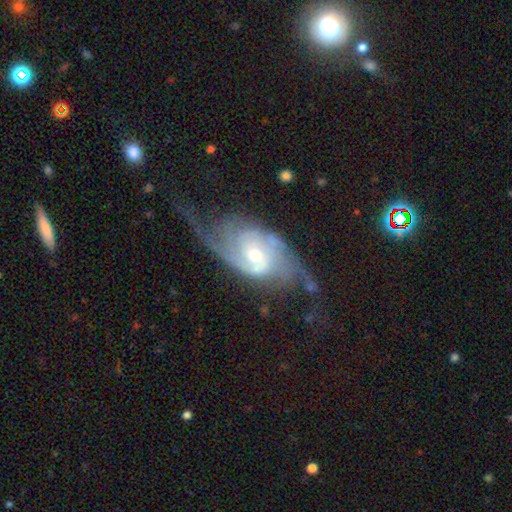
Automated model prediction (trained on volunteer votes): smooth_or_featured: featured or disk (p=0.87) [alt: smooth p=0.08]
disk_edge_on: no (p=0.96) [alt: yes p=0.04]
bar: no (p=0.48) [alt: weak p=0.42]
has_spiral_arms: yes (p=0.96) [alt: no p=0.04]
spiral_winding: medium (p=0.41) [alt: tight p=0.31]
spiral_arm_count: 2 (p=0.70) [alt: can't tell p=0.13]
bulge_size: moderate (p=0.57) [alt: small p=0.34]
merging: none (p=0.49) [alt: major disturbance p=0.26]